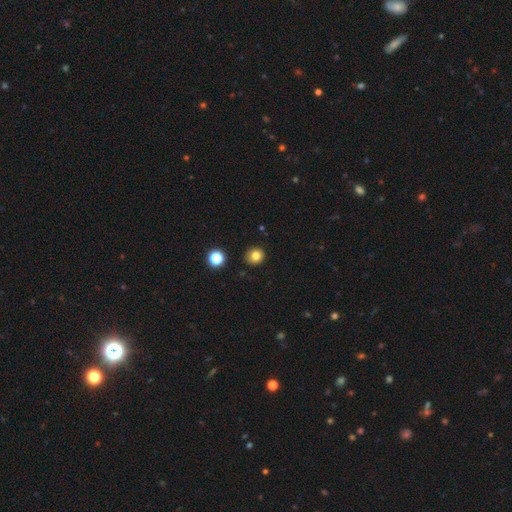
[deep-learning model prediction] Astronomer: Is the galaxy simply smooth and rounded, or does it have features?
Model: smooth — 80%.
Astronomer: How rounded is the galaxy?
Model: round — 86%.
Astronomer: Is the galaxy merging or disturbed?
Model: none — 87%.